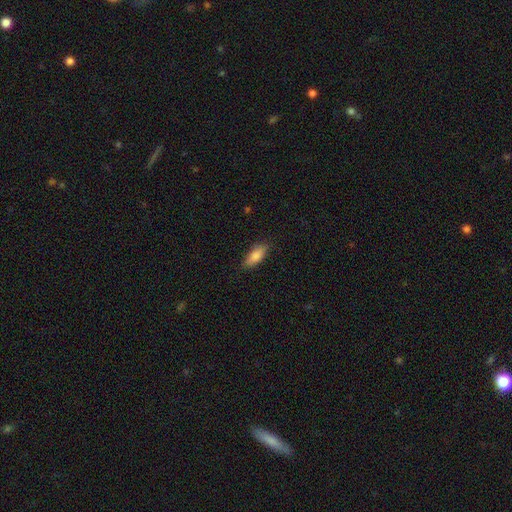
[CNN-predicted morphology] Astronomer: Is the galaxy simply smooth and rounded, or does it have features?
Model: smooth — 82%.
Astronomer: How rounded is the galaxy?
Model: in between — 71%.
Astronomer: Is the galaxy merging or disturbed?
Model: none — 81%.